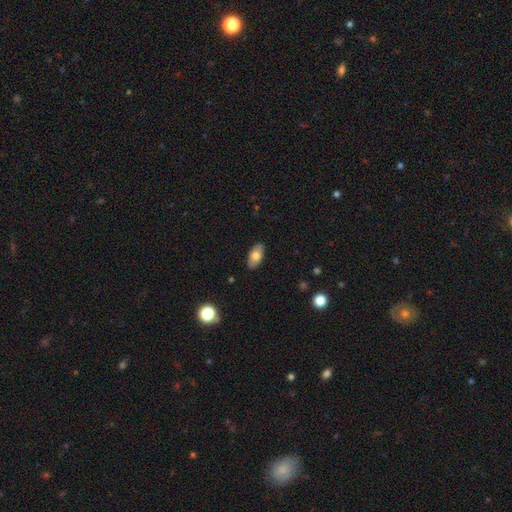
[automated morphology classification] Smooth or featured? Predicted: smooth (p=0.74). How rounded? Predicted: in between (p=0.92). Merging? Predicted: none (p=0.88).